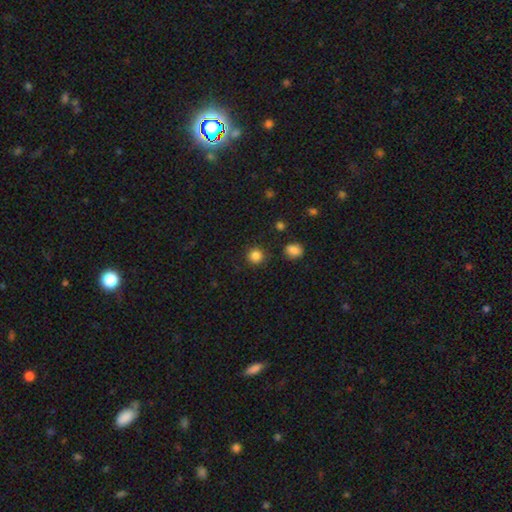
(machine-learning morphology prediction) A smooth galaxy with no disk features (85%) that is round (93%). Merging: none (89%).